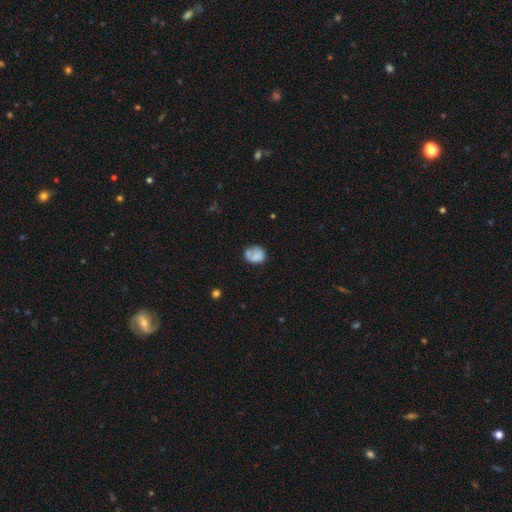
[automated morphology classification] This appears to be a smooth galaxy with no disk features (69%) that is round (67%). Merging: none (50%).